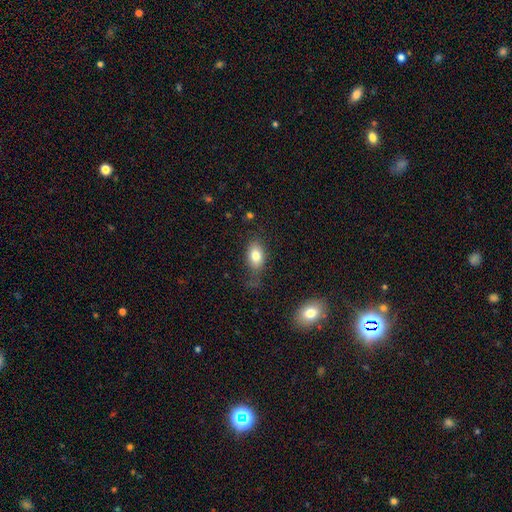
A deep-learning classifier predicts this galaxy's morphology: This appears to be a smooth galaxy with no disk features (80%) that is in between round and cigar-shaped (86%). Merging: none (69%).